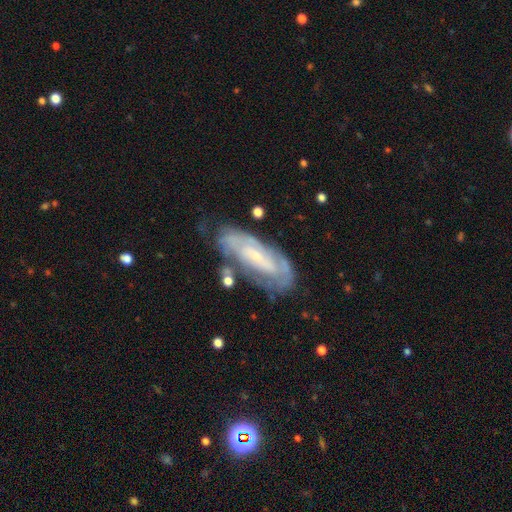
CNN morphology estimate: This is likely a featured or disk galaxy (73%). It is clearly not viewed edge-on (87%). Bar: possibly no (51%). Spiral arm pattern: clearly yes (80%). Spiral arm count: possibly can't tell (52%). Spiral winding: likely tight (63%). Central bulge: likely small (72%). Merging: likely none (65%).